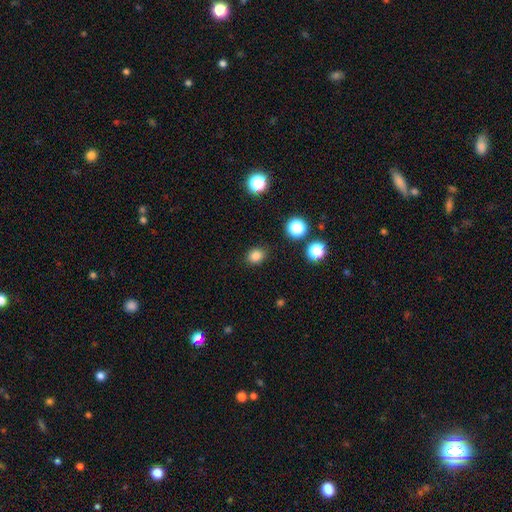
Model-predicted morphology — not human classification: type=smooth (83%); roundness=round (58%); merging=none (86%).